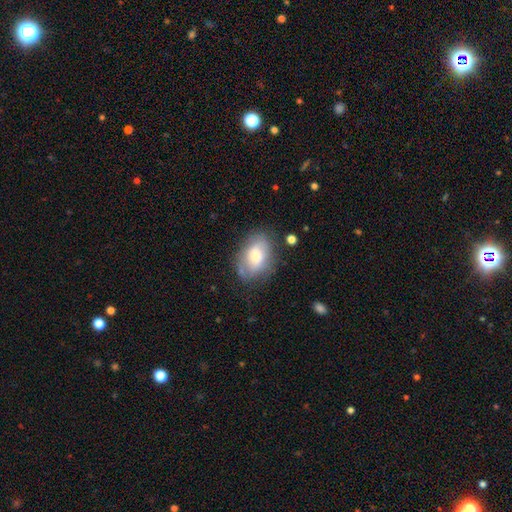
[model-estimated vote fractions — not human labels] Smooth or featured? smooth (64%)
How rounded? in between (86%)
Merging? none (65%)